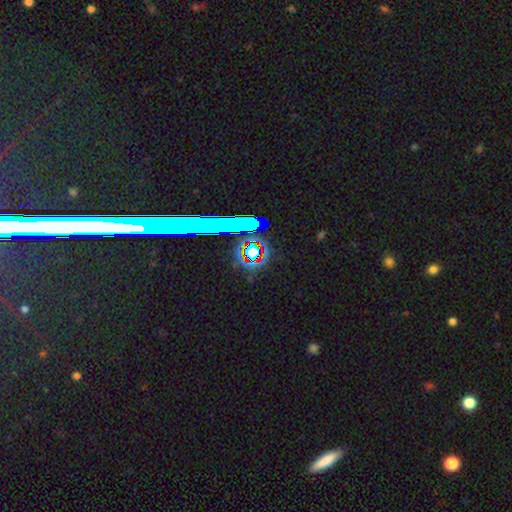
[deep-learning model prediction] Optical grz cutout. It shows a star or artifact, not a galaxy (62%).